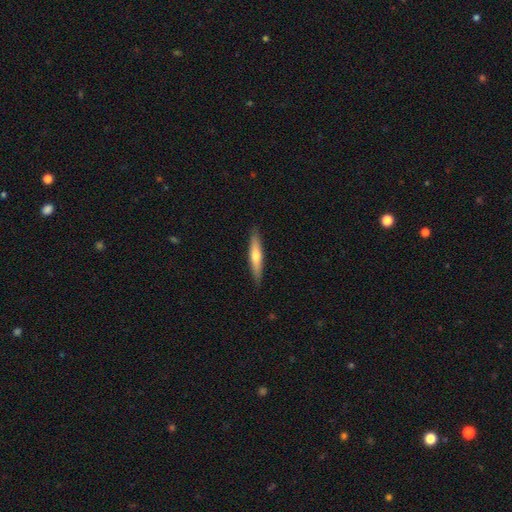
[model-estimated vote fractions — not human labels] Overall: smooth (53%; featured or disk 42%). How rounded: cigar-shaped (89%). Merging: none (89%).